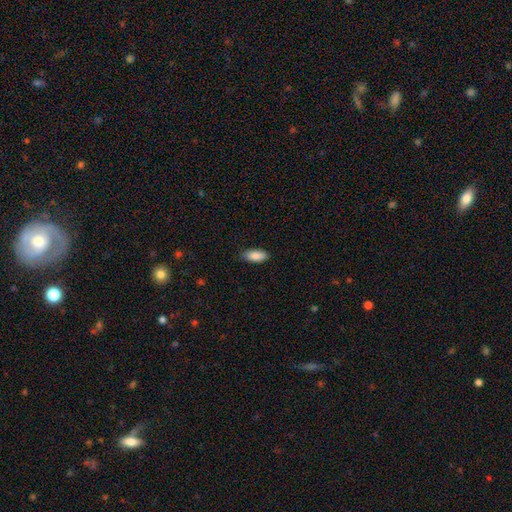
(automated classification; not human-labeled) Smooth or featured? smooth (88%)
How rounded? in between (87%)
Merging? none (86%)